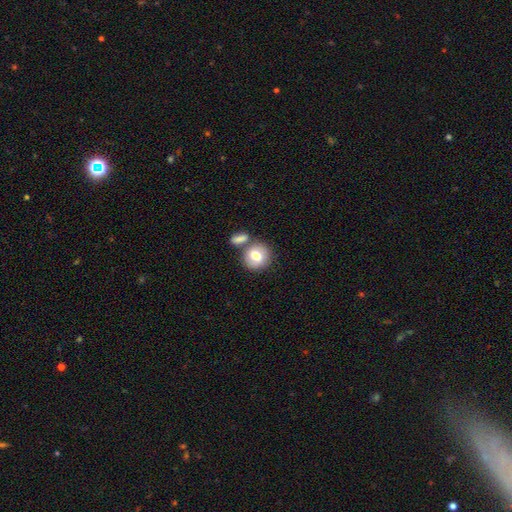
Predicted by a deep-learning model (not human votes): A smooth galaxy with no disk features (75%) that is round (77%). Merging: none (58%).